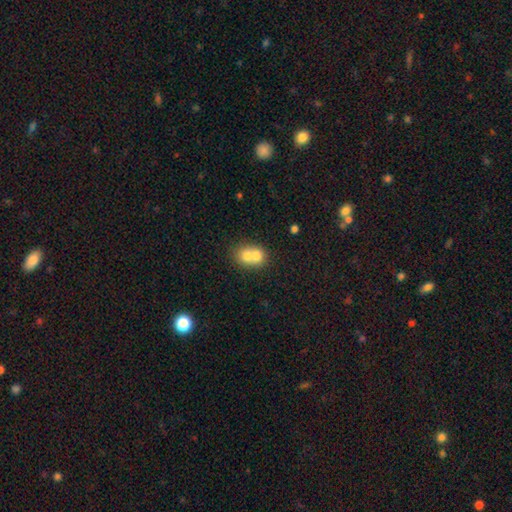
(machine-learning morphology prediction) Smooth or featured? smooth (69%)
How rounded? round (63%)
Merging? merger (71%)